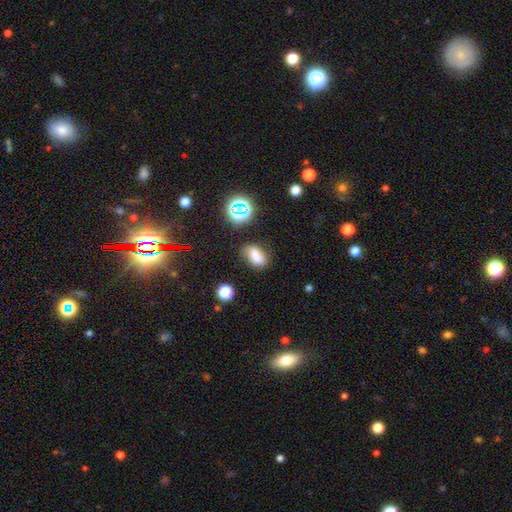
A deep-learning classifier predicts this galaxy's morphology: type=smooth (73%); roundness=in between (83%); merging=none (70%).